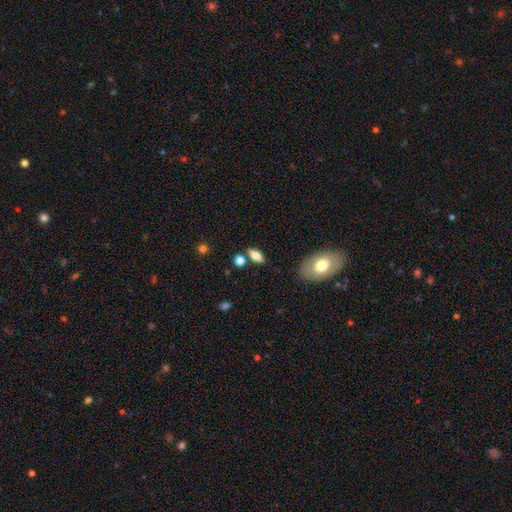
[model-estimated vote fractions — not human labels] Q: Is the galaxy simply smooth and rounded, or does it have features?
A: smooth — 76%.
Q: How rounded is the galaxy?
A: in between — 77%.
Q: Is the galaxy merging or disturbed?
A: none — 78%.